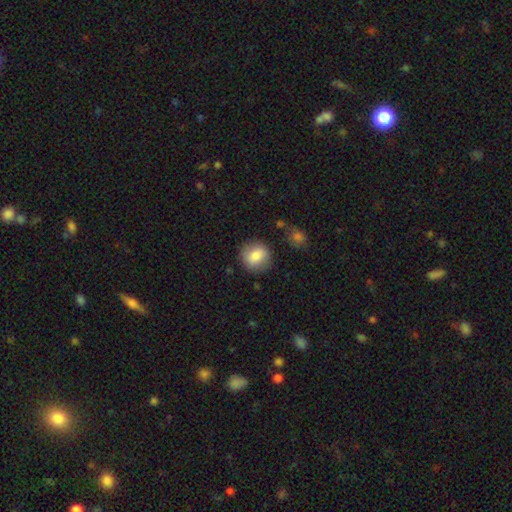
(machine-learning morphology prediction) Q: Smooth or featured?
A: smooth (80%); runner-up: featured or disk (12%)
Q: How rounded?
A: round (83%); runner-up: in between (16%)
Q: Merging?
A: none (83%); runner-up: minor disturbance (11%)